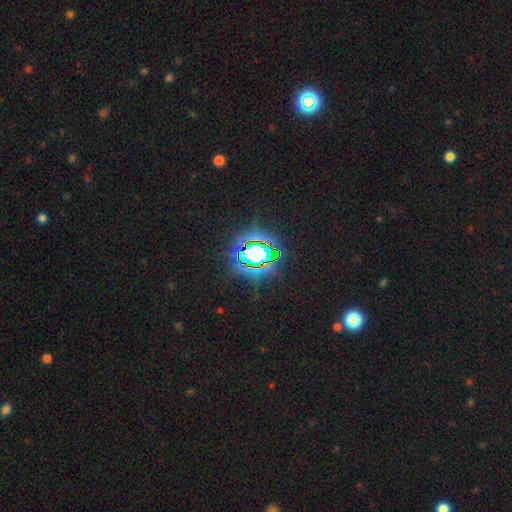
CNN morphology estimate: Q: Smooth or featured?
A: star or artifact (71%); runner-up: smooth (18%)